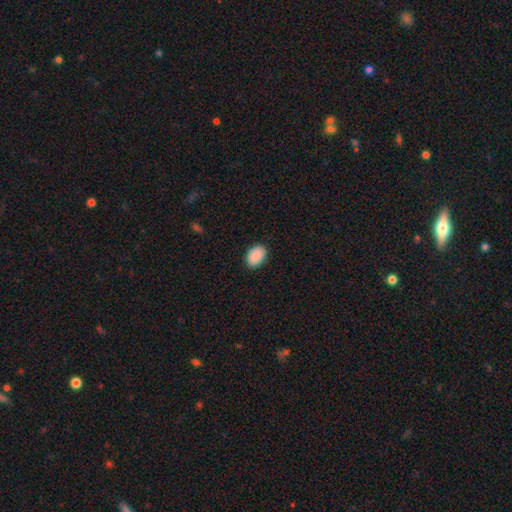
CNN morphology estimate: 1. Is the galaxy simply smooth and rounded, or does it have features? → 90% smooth, 7% star or artifact, 3% featured or disk.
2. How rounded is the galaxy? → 83% in between, 16% round, 1% cigar-shaped.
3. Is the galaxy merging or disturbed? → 88% none, 9% minor disturbance, 2% major disturbance, 1% merger.